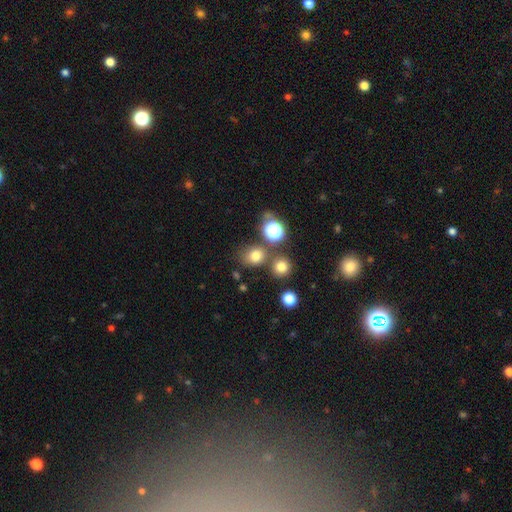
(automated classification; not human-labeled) Morphology: type=smooth (74%); roundness=round (66%); merging=none (65%).